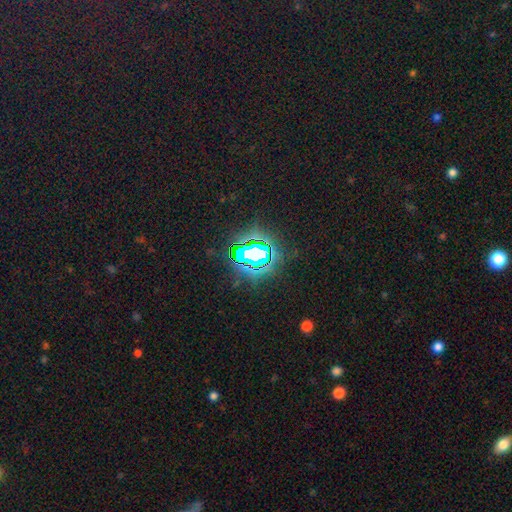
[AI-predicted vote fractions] This appears to be a star or artifact, not a galaxy (83%).